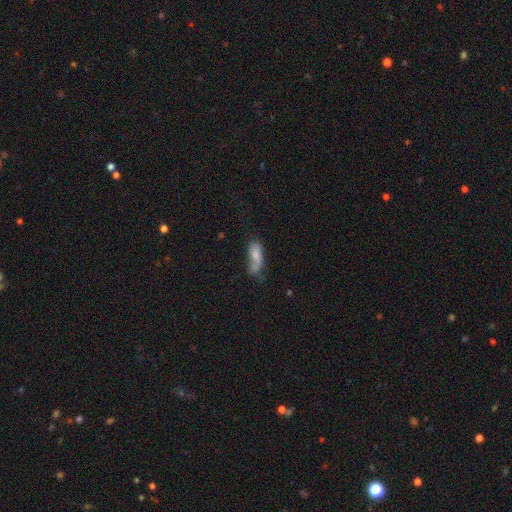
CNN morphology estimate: Smooth or featured? smooth (76%)
How rounded? in between (74%)
Merging? none (33%)